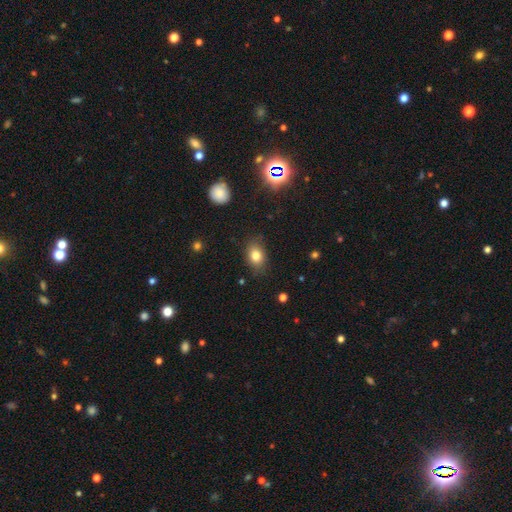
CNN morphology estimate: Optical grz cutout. It shows a smooth galaxy with no disk features (80%) that is in between round and cigar-shaped (73%). Merging: none (78%).